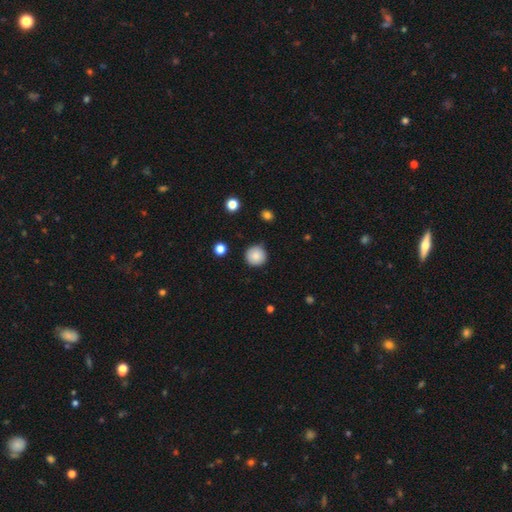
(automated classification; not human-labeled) Overall: smooth (86%). How rounded: round (95%). Merging: none (89%).